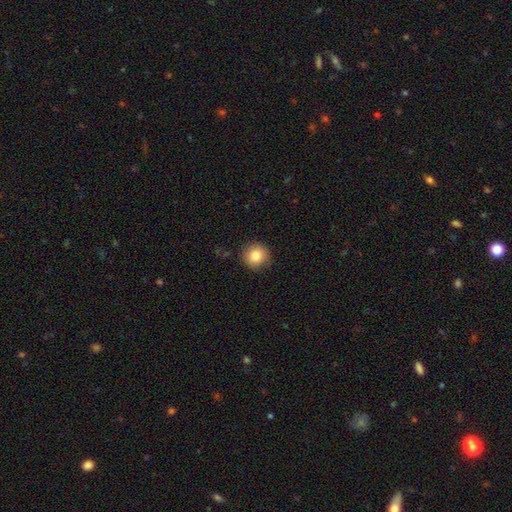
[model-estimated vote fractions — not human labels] A smooth galaxy with no disk features (83%) that is round (93%).

Vote fractions:
- Smooth or featured? smooth: 83% / star or artifact: 9% / featured or disk: 8%
- How rounded? round: 93% / in between: 6% / cigar-shaped: 1%
- Merging? none: 88% / minor disturbance: 9% / major disturbance: 2% / merger: 1%